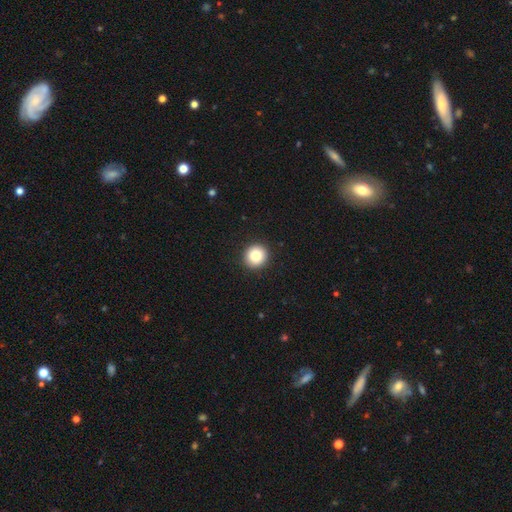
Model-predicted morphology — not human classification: Q: Smooth or featured?
A: smooth (84%); runner-up: star or artifact (9%)
Q: How rounded?
A: round (93%); runner-up: in between (6%)
Q: Merging?
A: none (93%); runner-up: minor disturbance (5%)